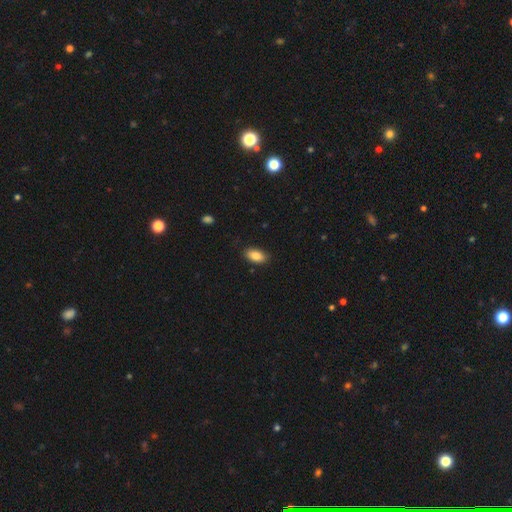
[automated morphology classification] A smooth galaxy with no disk features (86%) that is in between round and cigar-shaped (92%). Merging: none (84%).